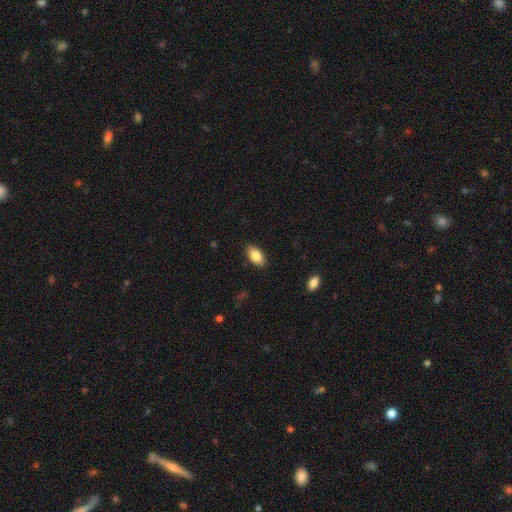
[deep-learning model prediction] This appears to be a smooth galaxy with no disk features (85%) that is in between round and cigar-shaped (93%). Merging: none (88%).